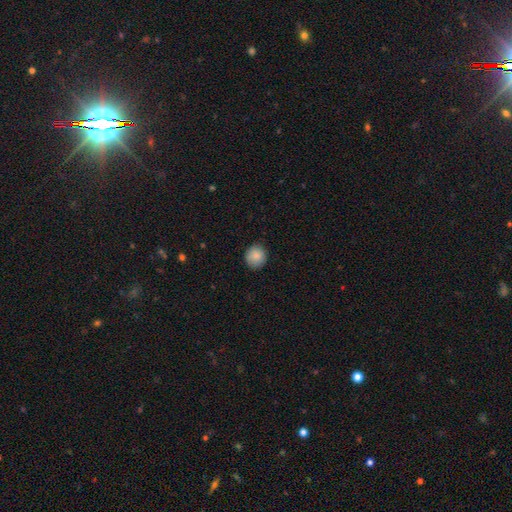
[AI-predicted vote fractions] smooth 87%, star or artifact 8%, featured or disk 5%. Down the decision tree: how rounded — round (87%); merging — none (87%).